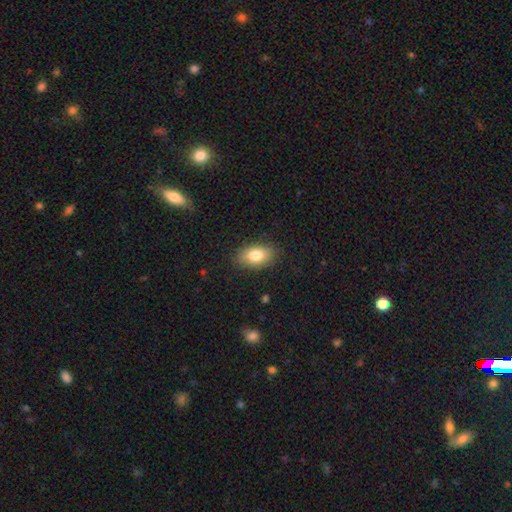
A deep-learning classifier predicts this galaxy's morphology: A smooth galaxy with no disk features (82%) that is in between round and cigar-shaped (91%).

Vote fractions:
- Smooth or featured? smooth: 82% / featured or disk: 11% / star or artifact: 8%
- How rounded? in between: 91% / round: 7% / cigar-shaped: 3%
- Merging? none: 86% / minor disturbance: 11% / major disturbance: 3% / merger: 1%